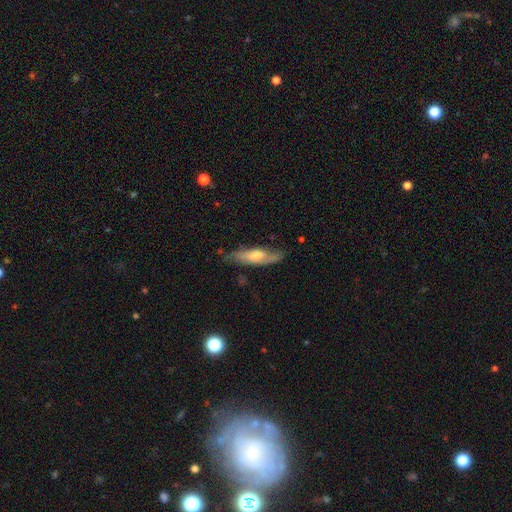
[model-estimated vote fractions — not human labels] The model was most divided on "smooth or featured": smooth: 51%, featured or disk: 43%, star or artifact: 6%. More confident: merging — none (70%); how rounded — cigar-shaped (61%).